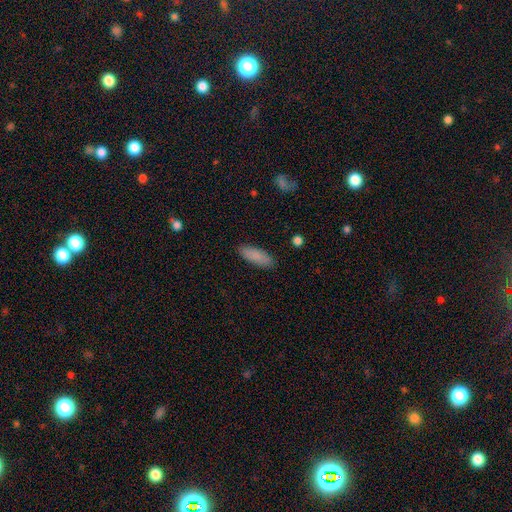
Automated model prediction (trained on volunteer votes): This is clearly a smooth galaxy (88%). How rounded: likely in between (64%). Merging: clearly none (88%).